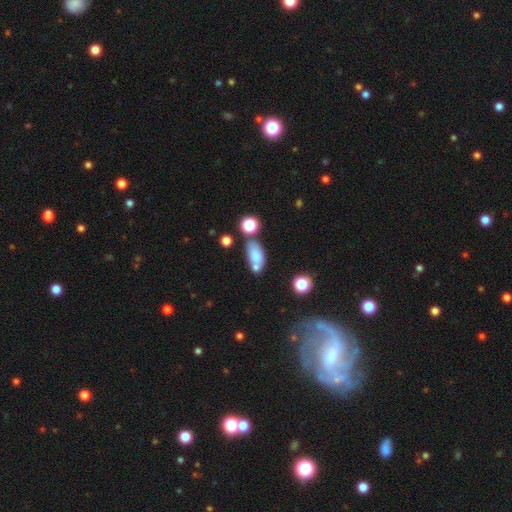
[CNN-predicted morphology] type=smooth (75%); roundness=in between (84%); merging=none (49%).